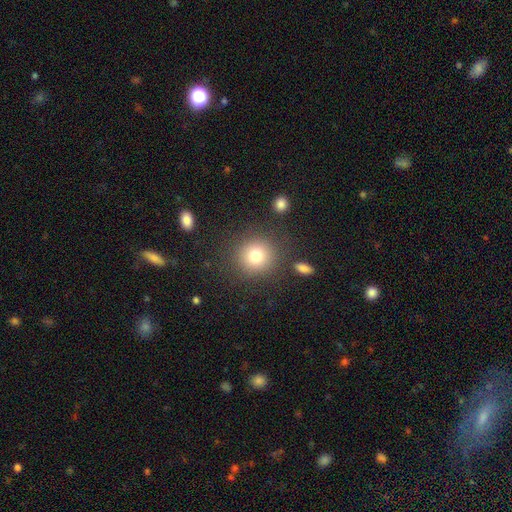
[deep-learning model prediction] Smooth or featured?
  - smooth: 79% *
  - star or artifact: 12%
  - featured or disk: 9%
How rounded?
  - round: 91% *
  - in between: 8%
  - cigar-shaped: 1%
Merging?
  - none: 84% *
  - minor disturbance: 8%
  - major disturbance: 4%
  - merger: 4%